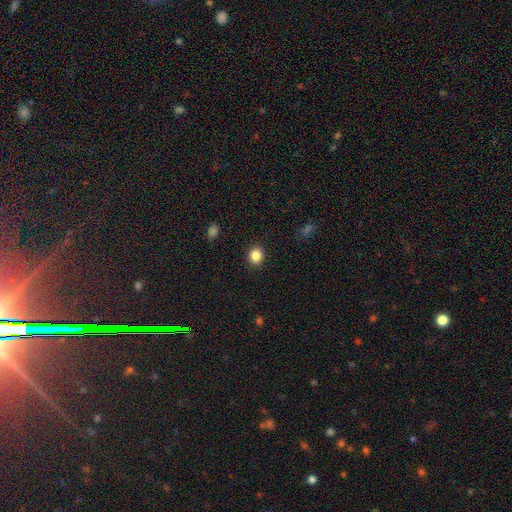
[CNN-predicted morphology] Overall: smooth (85%). How rounded: round (74%). Merging: none (91%).